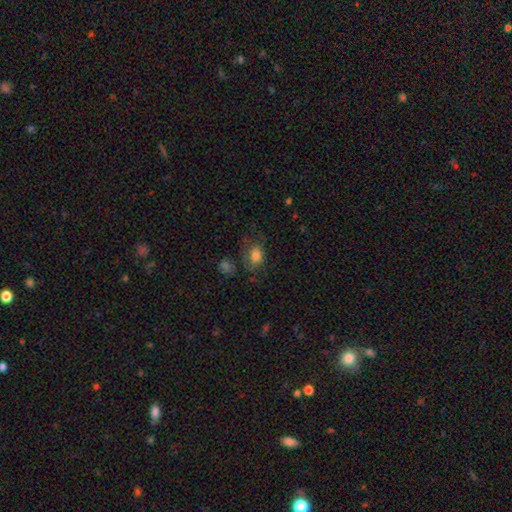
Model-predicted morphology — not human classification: Smooth or featured?
  - smooth: 77% *
  - featured or disk: 12%
  - star or artifact: 10%
How rounded?
  - in between: 71% *
  - round: 28%
  - cigar-shaped: 1%
Merging?
  - none: 49% *
  - minor disturbance: 26%
  - major disturbance: 19%
  - merger: 6%